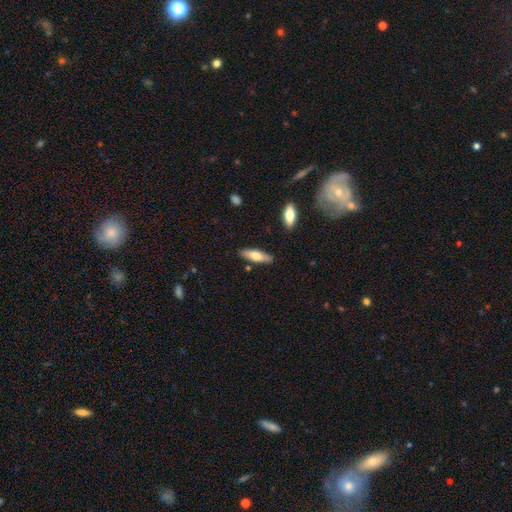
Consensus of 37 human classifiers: Morphology: type=smooth (73%); roundness=cigar-shaped (70%); merging=none (83%).